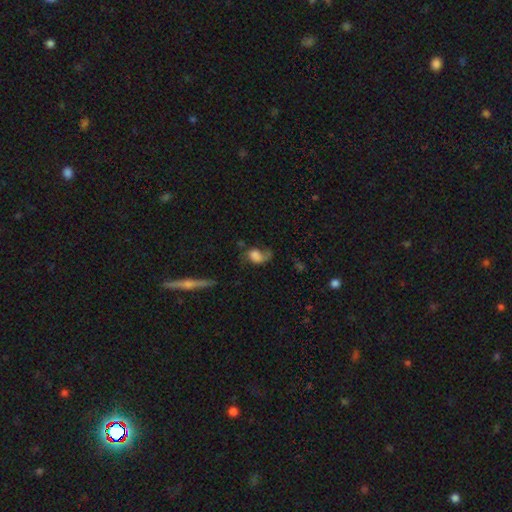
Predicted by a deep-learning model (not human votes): smooth-or-featured: smooth: 53% | featured or disk: 36% | star or artifact: 11%
  how-rounded: in between: 67% | round: 31% | cigar-shaped: 2%
  merging: major disturbance: 42% | none: 30% | minor disturbance: 22% | merger: 6%